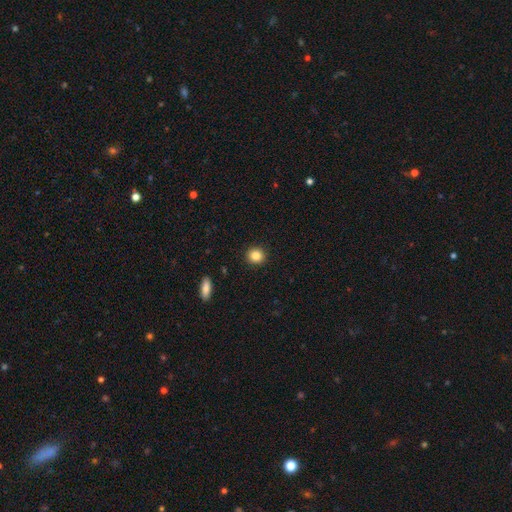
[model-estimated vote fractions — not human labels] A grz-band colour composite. It shows a smooth galaxy with no disk features (85%) that is round (87%). Merging: none (92%).